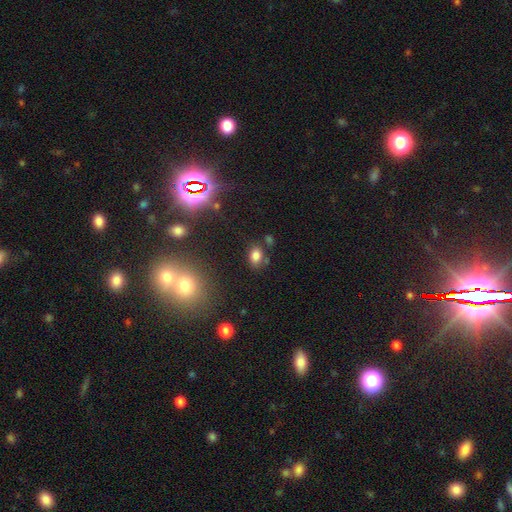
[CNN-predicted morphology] Smooth or featured? Predicted: smooth (p=0.79). How rounded? Predicted: in between (p=0.78). Merging? Predicted: none (p=0.72).